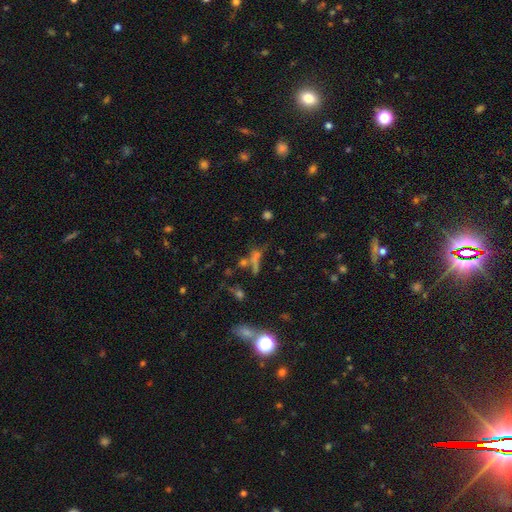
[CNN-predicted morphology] Smooth or featured?
  - star or artifact: 42% *
  - smooth: 37%
  - featured or disk: 21%